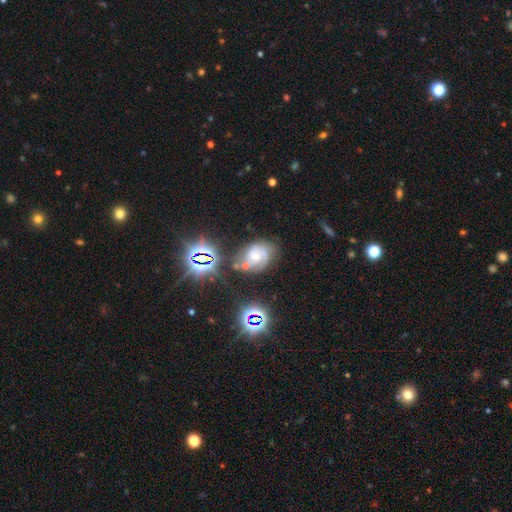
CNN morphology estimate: Smooth or featured? Predicted: featured or disk (p=0.64). Edge-on disk? Predicted: no (p=0.97). Bar? Predicted: no (p=0.67). Spiral arms? Predicted: yes (p=0.90). Spiral winding? Predicted: tight (p=0.46). Spiral arm count? Predicted: 2 (p=0.45). Bulge size? Predicted: moderate (p=0.48). Merging? Predicted: none (p=0.55).